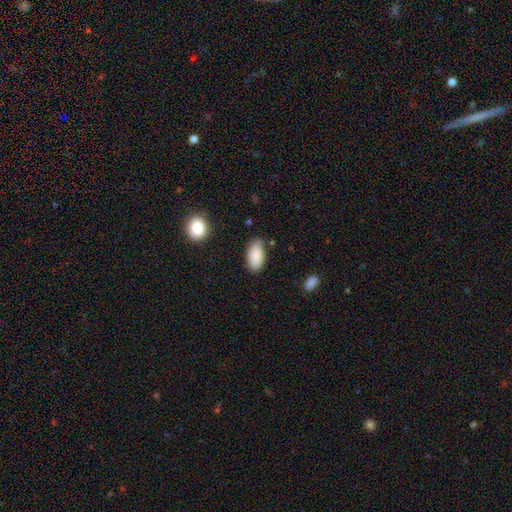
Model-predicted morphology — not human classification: Smooth or featured: smooth — 87% (star or artifact — 7%)
How rounded: in between — 94% (round — 3%)
Merging: none — 73% (minor disturbance — 21%)